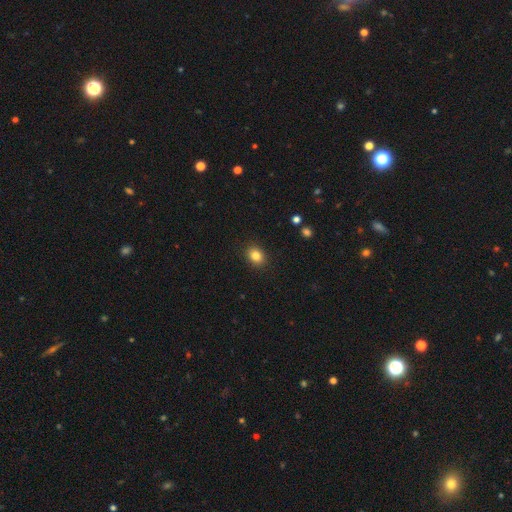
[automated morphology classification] Smooth or featured: smooth — 84% (star or artifact — 10%)
How rounded: round — 55% (in between — 44%)
Merging: none — 90% (minor disturbance — 7%)